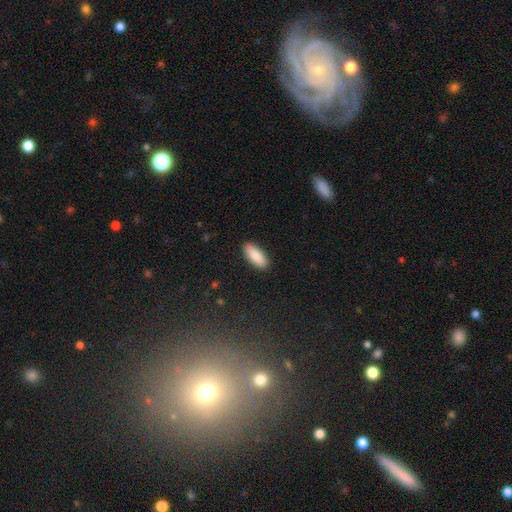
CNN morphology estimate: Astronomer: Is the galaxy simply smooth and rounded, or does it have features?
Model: smooth — 89%.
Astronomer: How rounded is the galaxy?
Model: in between — 78%.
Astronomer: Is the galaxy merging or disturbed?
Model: none — 89%.